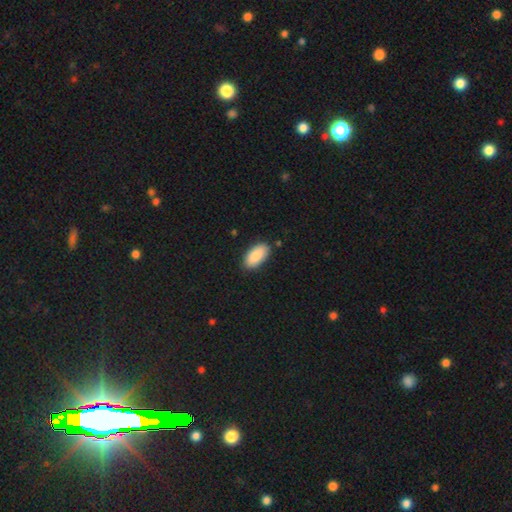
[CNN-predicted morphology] Q: Smooth or featured?
A: smooth (88%); runner-up: star or artifact (6%)
Q: How rounded?
A: in between (94%); runner-up: cigar-shaped (4%)
Q: Merging?
A: none (85%); runner-up: minor disturbance (11%)